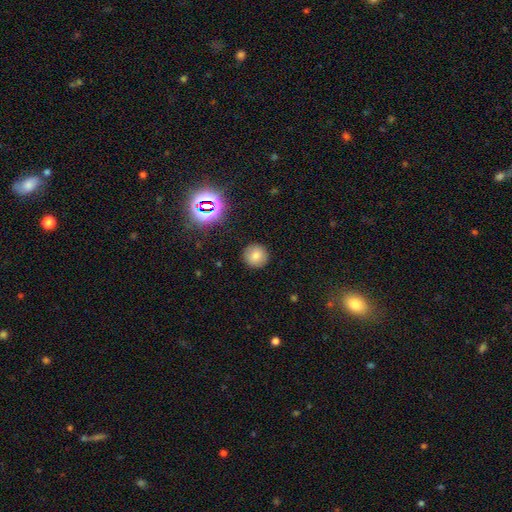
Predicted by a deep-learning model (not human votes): This appears to be a smooth galaxy with no disk features (76%) that is round (94%). Merging: none (90%).